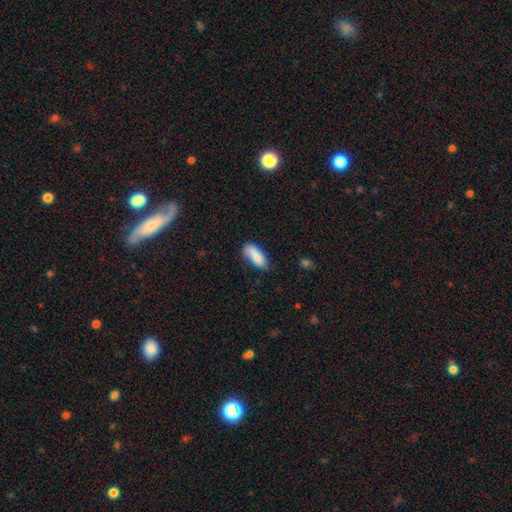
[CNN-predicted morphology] smooth 82%, featured or disk 11%, star or artifact 7%. Down the decision tree: how rounded — in between (79%); merging — none (57%).